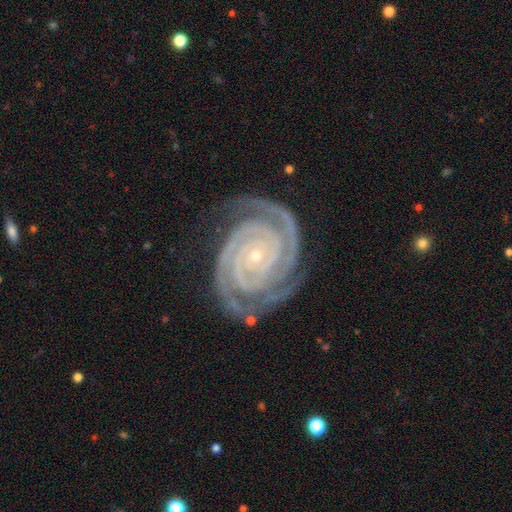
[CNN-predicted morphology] type=featured or disk (93%); edge-on=no (98%); bar=no (72%); spiral arms=yes (99%); winding=tight (88%); arm count=2 (69%); bulge=small (86%); merging=none (79%).